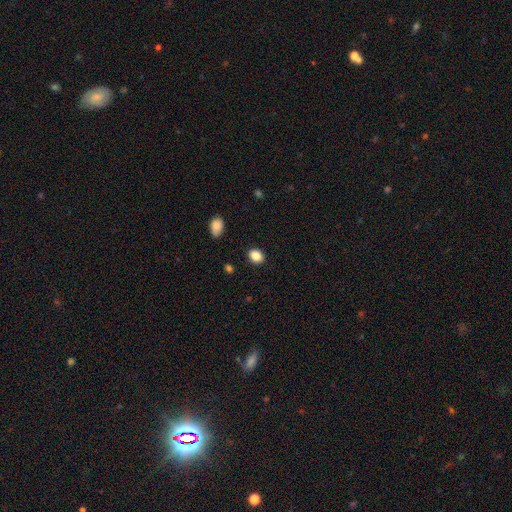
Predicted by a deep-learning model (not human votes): Smooth or featured: smooth — 87% (star or artifact — 9%)
How rounded: in between — 53% (round — 46%)
Merging: none — 87% (minor disturbance — 9%)